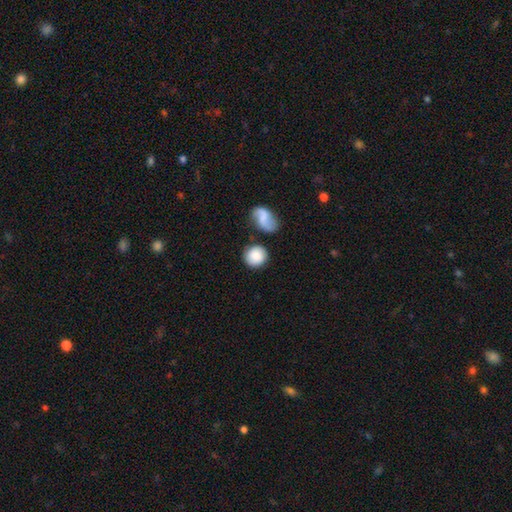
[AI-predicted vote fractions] smooth 83%, featured or disk 10%, star or artifact 7%. Down the decision tree: how rounded — round (84%); merging — none (72%).